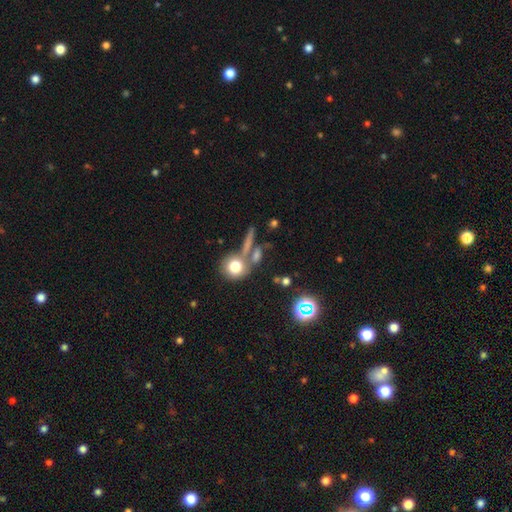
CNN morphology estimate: smooth_or_featured: smooth (p=0.58) [alt: featured or disk p=0.23]
how_rounded: round (p=0.51) [alt: cigar-shaped p=0.26]
merging: none (p=0.57) [alt: merger p=0.26]